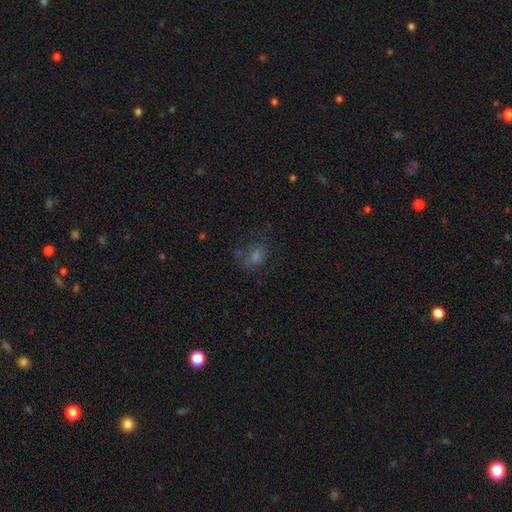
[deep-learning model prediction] Smooth or featured? smooth (50%)
Merging? none (53%)